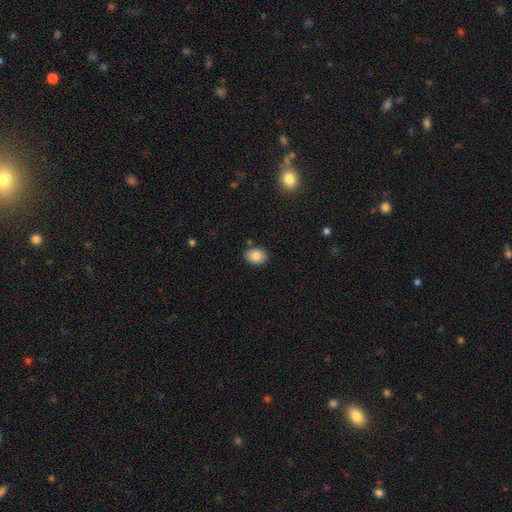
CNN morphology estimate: Q: Smooth or featured?
A: smooth (85%); runner-up: star or artifact (8%)
Q: How rounded?
A: in between (74%); runner-up: round (25%)
Q: Merging?
A: none (85%); runner-up: minor disturbance (10%)